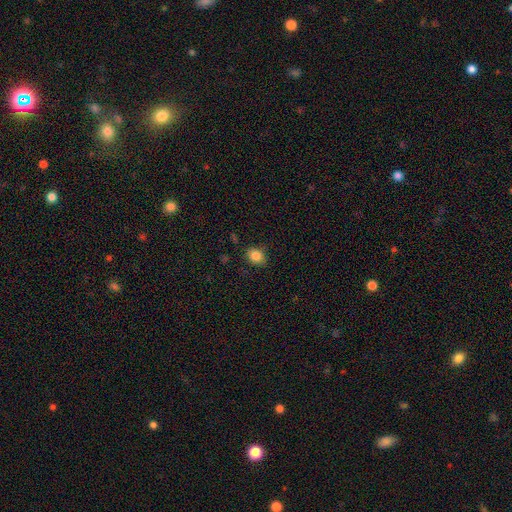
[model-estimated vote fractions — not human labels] This is clearly a smooth galaxy (85%). How rounded: possibly in between (54%). Merging: clearly none (84%).